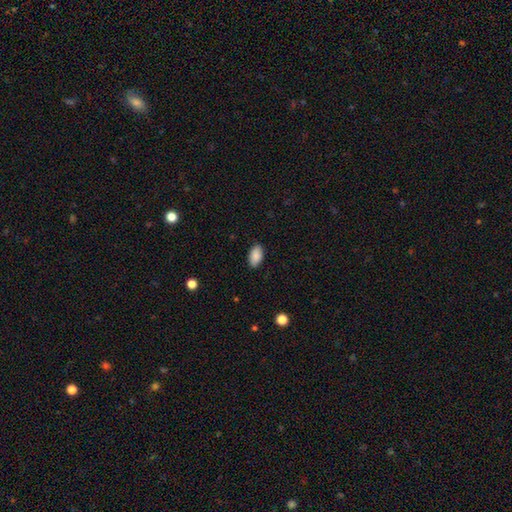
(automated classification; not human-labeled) This is clearly a smooth galaxy (87%). How rounded: clearly in between (94%). Merging: clearly none (87%).